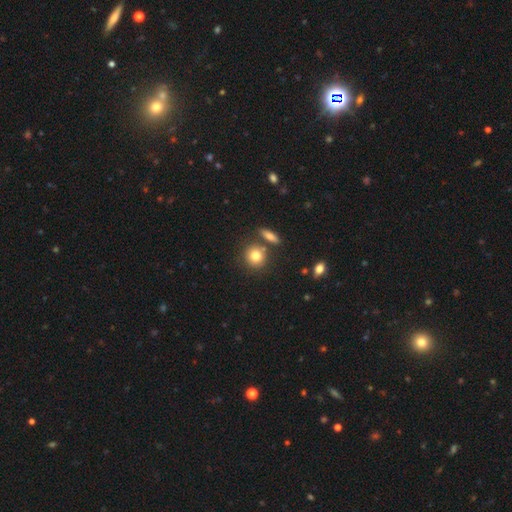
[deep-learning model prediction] Smooth or featured: smooth — 81% (featured or disk — 10%)
How rounded: round — 83% (in between — 16%)
Merging: none — 71% (merger — 16%)